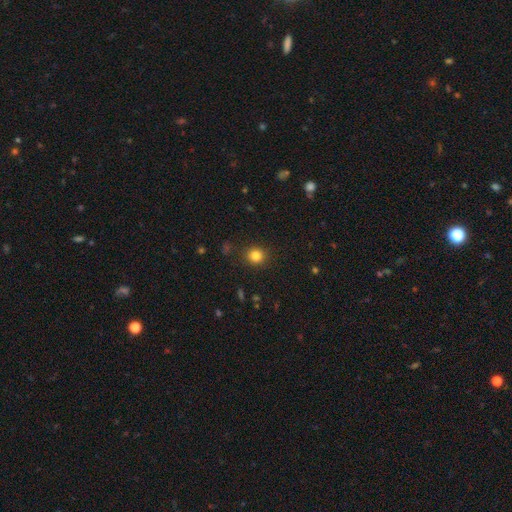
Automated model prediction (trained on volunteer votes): Smooth or featured: smooth — 83% (star or artifact — 13%)
How rounded: round — 88% (in between — 11%)
Merging: none — 90% (minor disturbance — 7%)